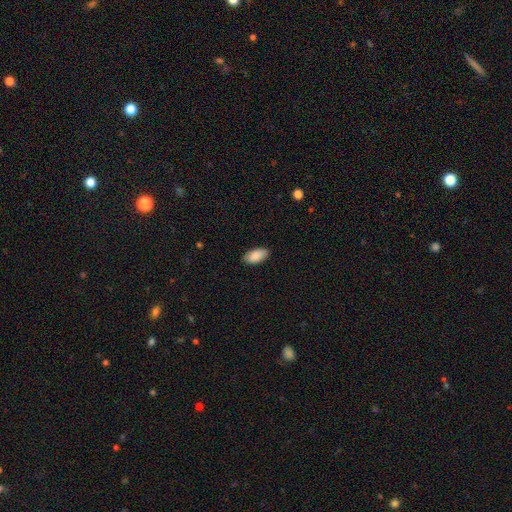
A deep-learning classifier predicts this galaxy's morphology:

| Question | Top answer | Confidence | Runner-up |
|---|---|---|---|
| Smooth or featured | smooth | 89% | star or artifact (6%) |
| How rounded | in between | 94% | cigar-shaped (4%) |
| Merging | none | 87% | minor disturbance (10%) |